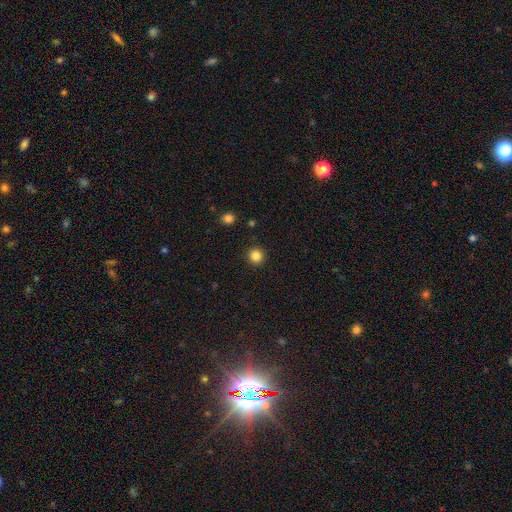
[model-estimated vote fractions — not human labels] Smooth or featured: smooth — 84% (star or artifact — 12%)
How rounded: round — 94% (in between — 5%)
Merging: none — 92% (minor disturbance — 5%)